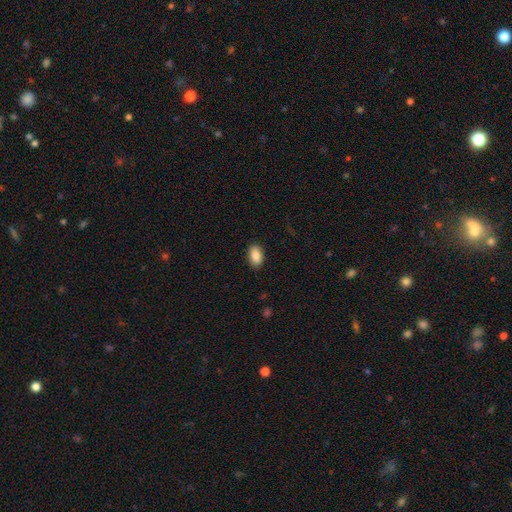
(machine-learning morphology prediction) smooth-or-featured: smooth: 87% | star or artifact: 7% | featured or disk: 5%
  how-rounded: in between: 91% | round: 7% | cigar-shaped: 2%
  merging: none: 89% | minor disturbance: 8% | major disturbance: 2% | merger: 1%